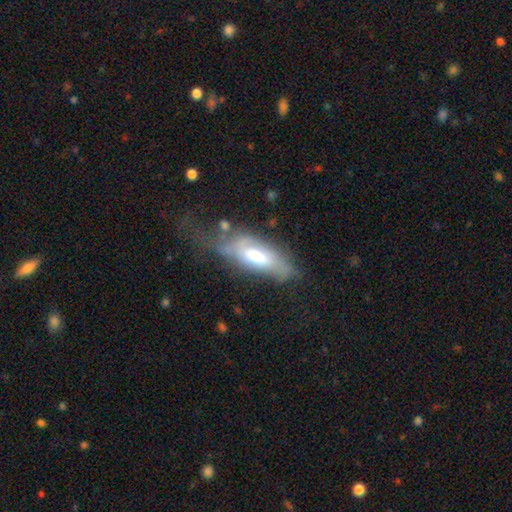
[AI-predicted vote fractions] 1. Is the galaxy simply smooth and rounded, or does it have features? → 54% featured or disk, 37% smooth, 8% star or artifact.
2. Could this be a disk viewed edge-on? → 73% no, 27% yes.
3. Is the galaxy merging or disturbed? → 33% none, 32% major disturbance, 30% minor disturbance, 4% merger.